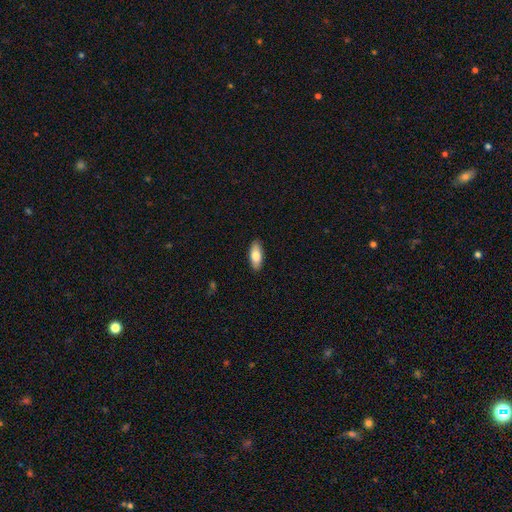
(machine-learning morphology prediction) Overall: smooth (78%). How rounded: in between (80%). Merging: none (89%).